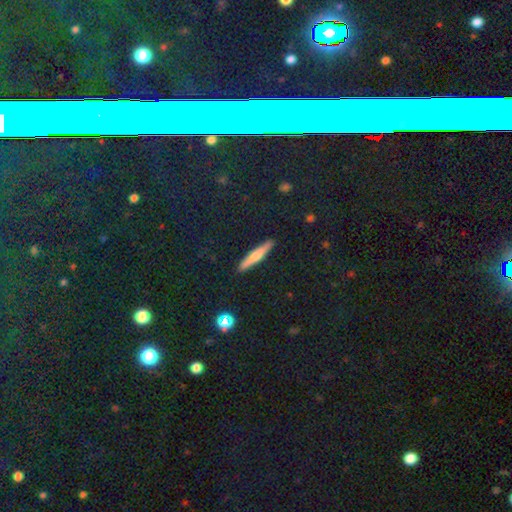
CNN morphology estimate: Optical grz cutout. It shows a smooth galaxy with no disk features (52%) that is cigar-shaped (91%). Merging: none (91%).